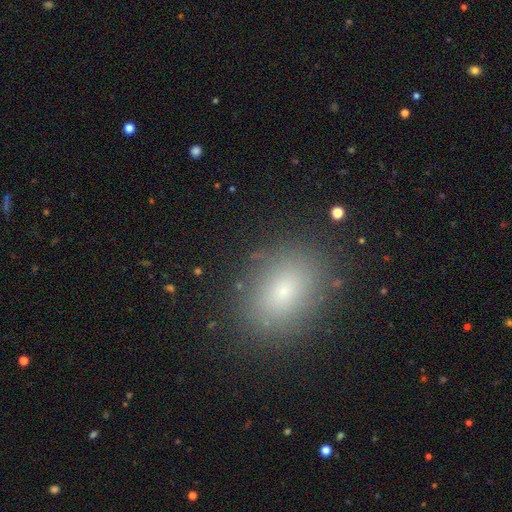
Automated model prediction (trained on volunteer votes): This appears to be a smooth galaxy with no disk features (70%) that is in between round and cigar-shaped (71%). Merging: none (87%).